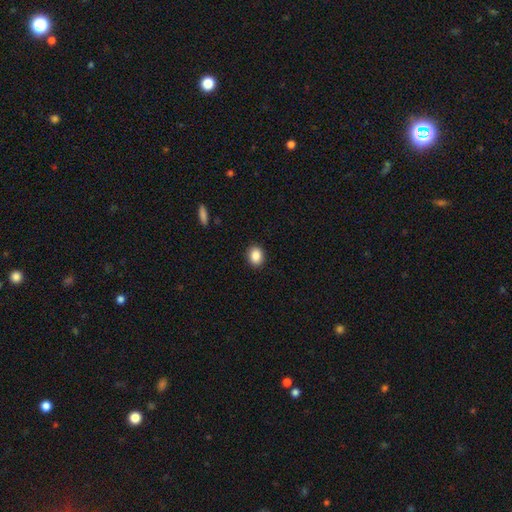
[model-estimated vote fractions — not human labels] smooth 88%, star or artifact 9%, featured or disk 4%. Down the decision tree: how rounded — in between (50%); merging — none (91%).